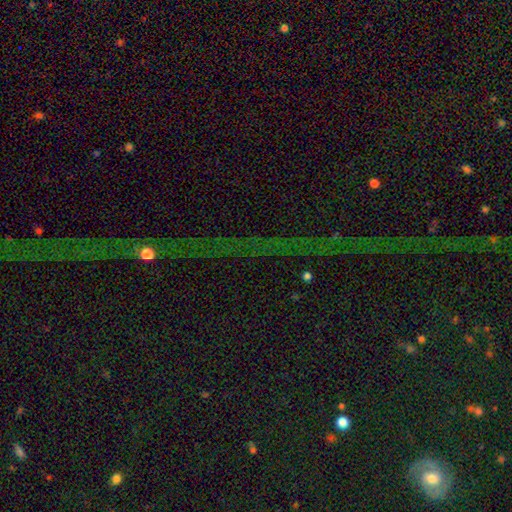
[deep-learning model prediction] Smooth or featured?
  - star or artifact: 78% *
  - featured or disk: 12%
  - smooth: 10%